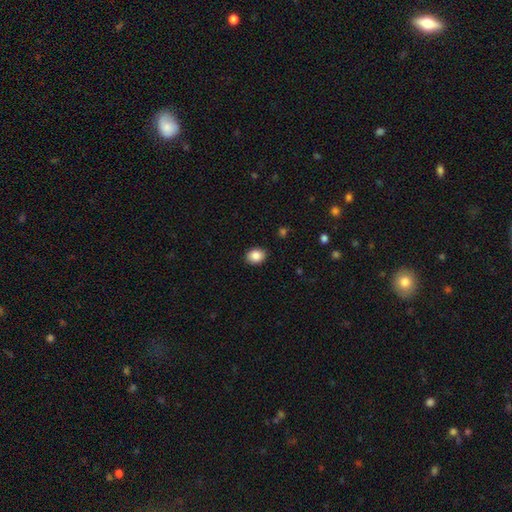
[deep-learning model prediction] Smooth or featured? smooth (87%)
How rounded? in between (51%)
Merging? none (89%)